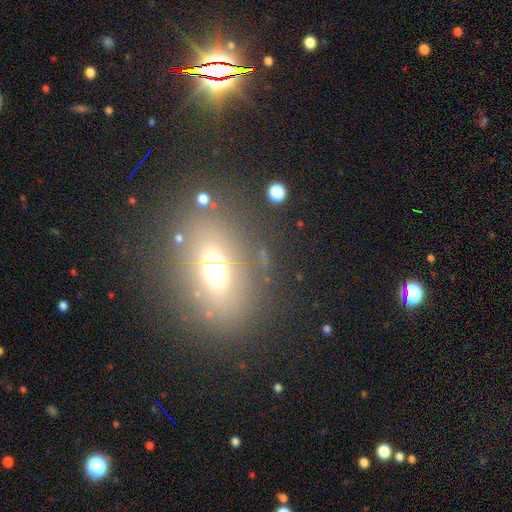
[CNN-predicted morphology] A smooth galaxy with no disk features (42%).

Vote fractions:
- Smooth or featured? smooth: 42% / featured or disk: 31% / star or artifact: 27%
- Merging? none: 79% / minor disturbance: 12% / major disturbance: 6% / merger: 3%